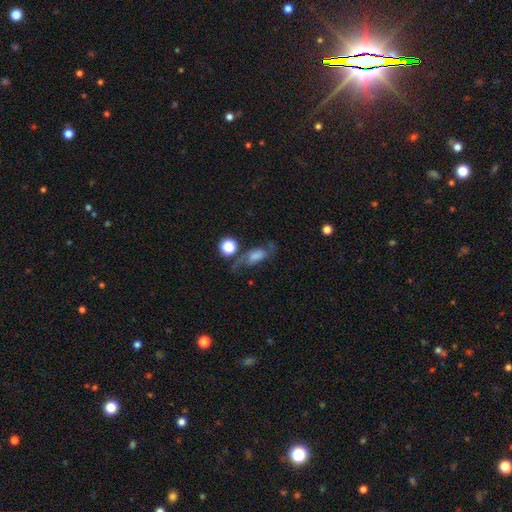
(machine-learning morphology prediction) smooth_or_featured: featured or disk (p=0.42) [alt: smooth p=0.41]
merging: none (p=0.51) [alt: minor disturbance p=0.22]